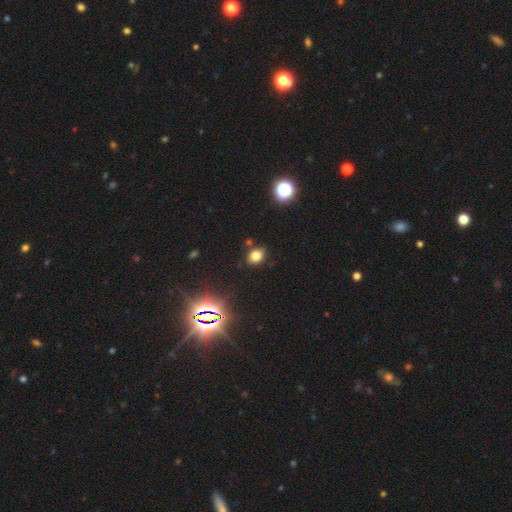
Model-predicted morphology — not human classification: type=smooth (75%); roundness=in between (58%); merging=none (82%).